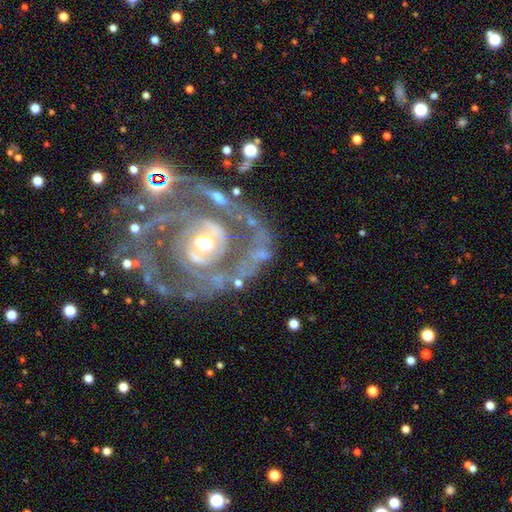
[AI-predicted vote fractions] Morphology: type=featured or disk (88%); edge-on=no (97%); bar=no (65%); spiral arms=yes (86%); winding=tight (62%); arm count=2 (38%); bulge=moderate (64%); merging=none (60%).